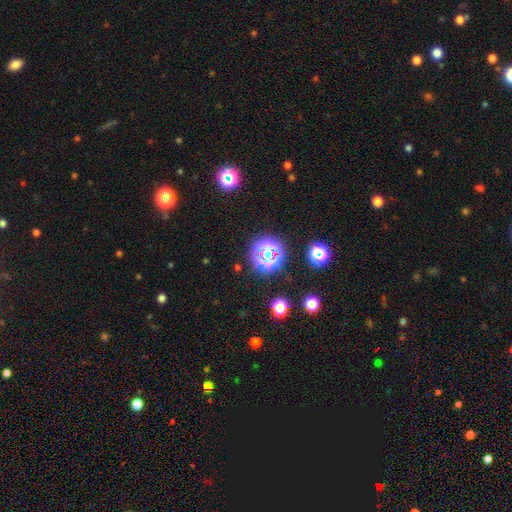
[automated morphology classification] This is possibly a star or artifact rather than a galaxy (56%).